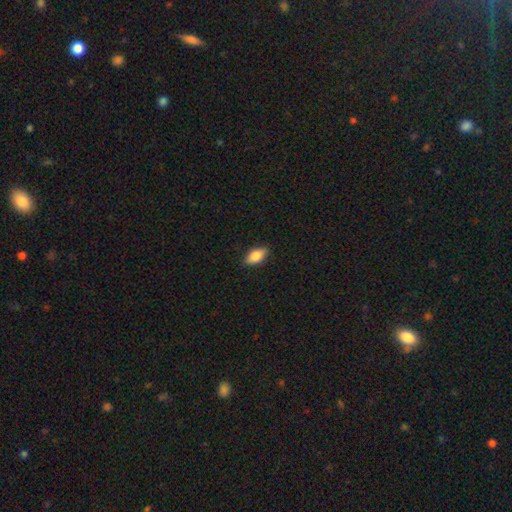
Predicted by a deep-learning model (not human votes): A smooth galaxy with no disk features (80%) that is in between round and cigar-shaped (87%). Merging: none (86%).